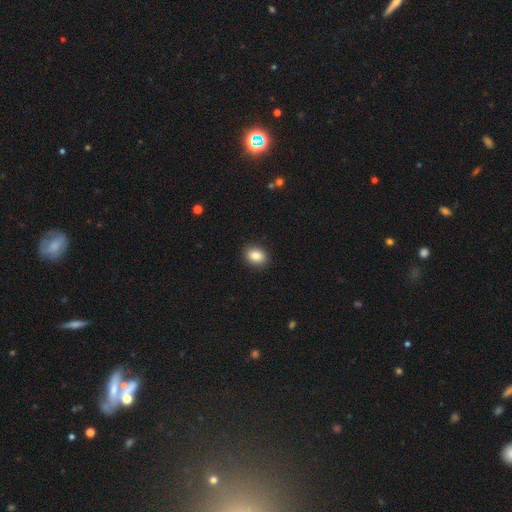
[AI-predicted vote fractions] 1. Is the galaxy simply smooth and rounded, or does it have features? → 86% smooth, 8% star or artifact, 5% featured or disk.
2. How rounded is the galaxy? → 61% in between, 38% round, 1% cigar-shaped.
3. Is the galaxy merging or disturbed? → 90% none, 7% minor disturbance, 2% major disturbance, 1% merger.